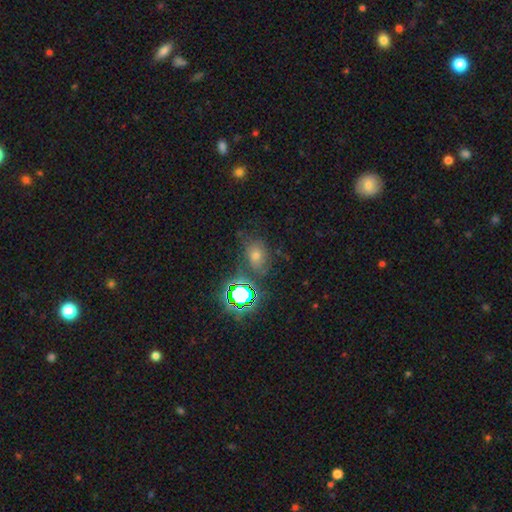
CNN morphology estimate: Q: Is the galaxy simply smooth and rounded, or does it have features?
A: smooth — 45%.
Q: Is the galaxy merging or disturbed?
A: none — 69%.